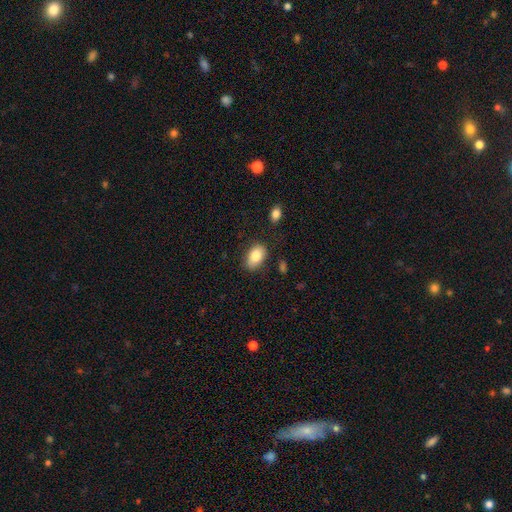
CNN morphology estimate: Overall: smooth (84%). How rounded: in between (89%). Merging: none (78%).